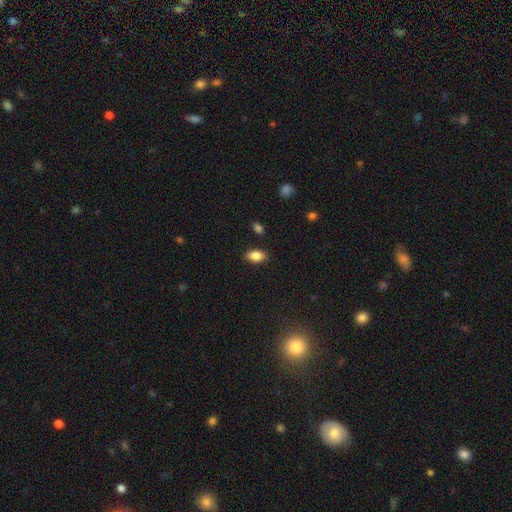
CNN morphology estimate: This appears to be a smooth galaxy with no disk features (86%) that is in between round and cigar-shaped (90%). Merging: none (86%).